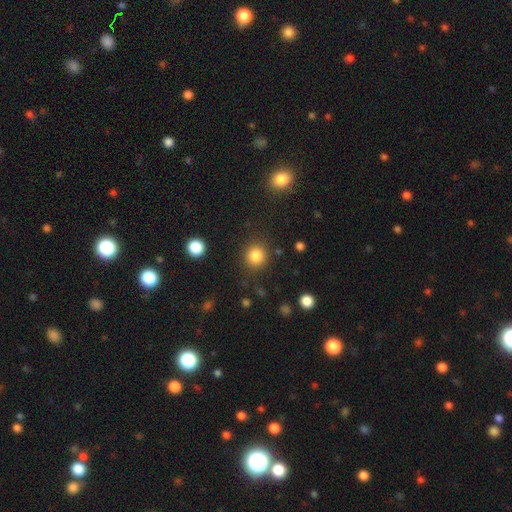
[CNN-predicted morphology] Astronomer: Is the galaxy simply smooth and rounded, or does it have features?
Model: smooth — 85%.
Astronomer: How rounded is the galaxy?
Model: round — 90%.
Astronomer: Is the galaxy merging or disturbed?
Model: none — 87%.